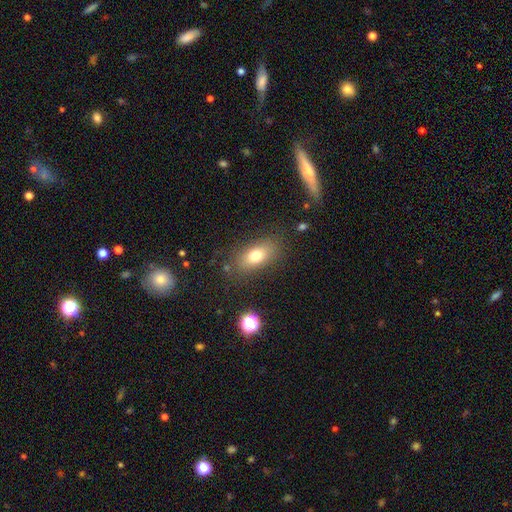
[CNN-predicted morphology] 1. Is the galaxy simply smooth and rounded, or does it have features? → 75% smooth, 14% featured or disk, 11% star or artifact.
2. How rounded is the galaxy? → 84% in between, 10% round, 6% cigar-shaped.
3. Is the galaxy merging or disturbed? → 81% none, 12% minor disturbance, 5% major disturbance, 2% merger.